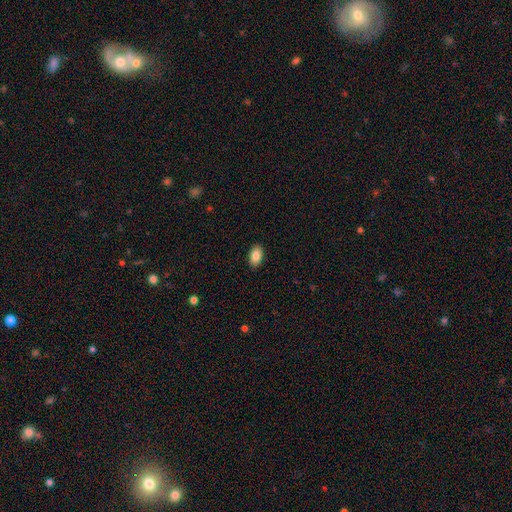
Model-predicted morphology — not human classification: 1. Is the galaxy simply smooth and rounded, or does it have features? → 86% smooth, 7% star or artifact, 6% featured or disk.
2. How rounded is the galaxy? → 92% in between, 7% round, 2% cigar-shaped.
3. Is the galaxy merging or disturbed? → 90% none, 7% minor disturbance, 2% major disturbance, 1% merger.